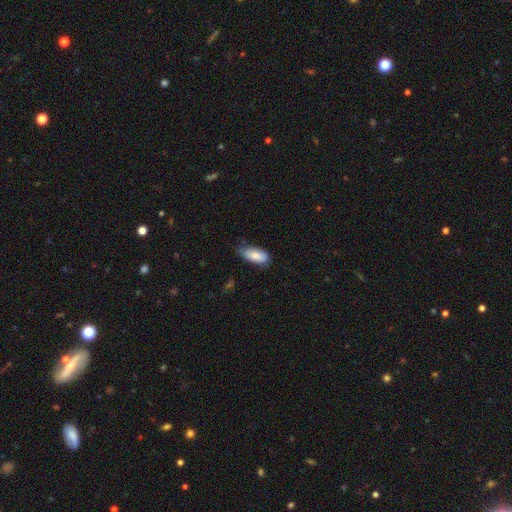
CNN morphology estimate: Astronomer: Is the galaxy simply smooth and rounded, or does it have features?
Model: smooth — 84%.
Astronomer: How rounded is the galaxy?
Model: in between — 89%.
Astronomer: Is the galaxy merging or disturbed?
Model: none — 64%.